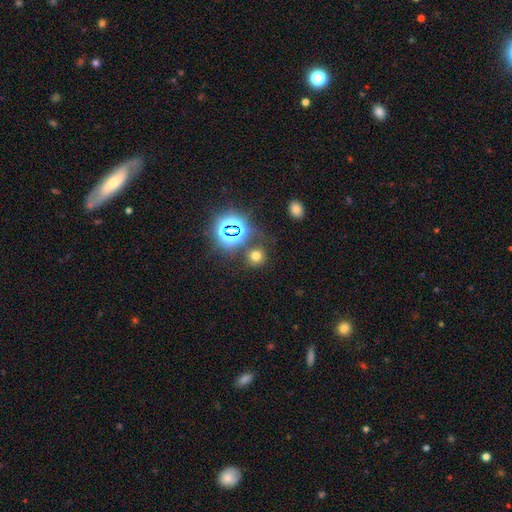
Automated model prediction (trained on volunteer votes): smooth_or_featured: smooth (p=0.63) [alt: star or artifact p=0.30]
how_rounded: round (p=0.84) [alt: in between p=0.15]
merging: none (p=0.79) [alt: minor disturbance p=0.09]